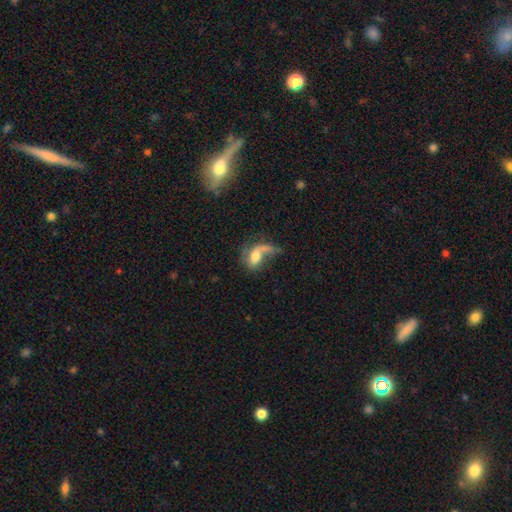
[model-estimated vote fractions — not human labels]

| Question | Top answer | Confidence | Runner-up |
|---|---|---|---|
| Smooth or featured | featured or disk | 47% | smooth (44%) |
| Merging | major disturbance | 43% | none (25%) |